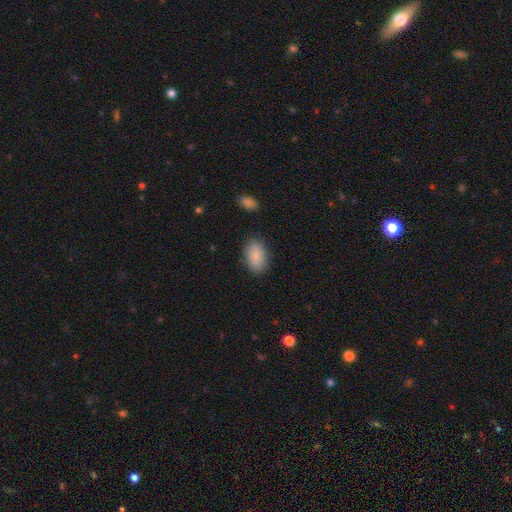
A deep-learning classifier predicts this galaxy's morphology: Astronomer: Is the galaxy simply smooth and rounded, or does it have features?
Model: smooth — 83%.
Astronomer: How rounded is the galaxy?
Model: in between — 91%.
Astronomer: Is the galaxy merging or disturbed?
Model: none — 84%.